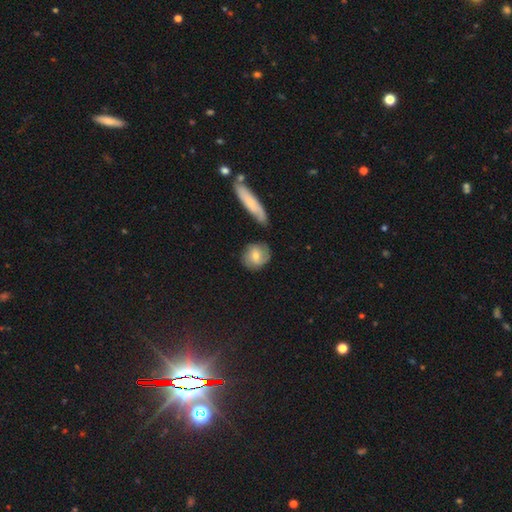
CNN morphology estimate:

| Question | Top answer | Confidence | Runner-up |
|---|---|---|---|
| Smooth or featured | smooth | 47% | featured or disk (46%) |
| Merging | none | 69% | minor disturbance (17%) |